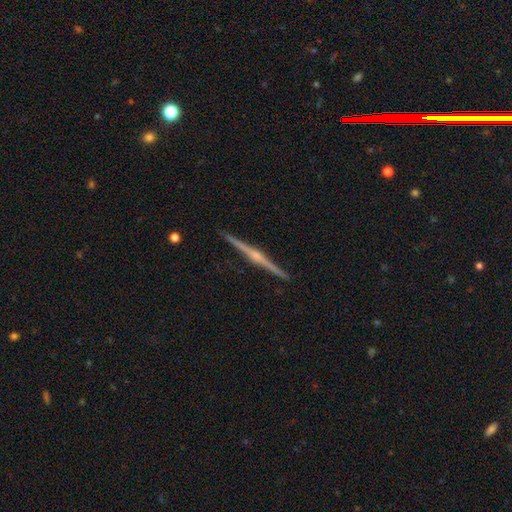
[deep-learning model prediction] Q: Smooth or featured?
A: featured or disk (86%); runner-up: smooth (9%)
Q: Edge-on disk?
A: yes (99%); runner-up: no (1%)
Q: Edge-on bulge?
A: rounded (80%); runner-up: none (11%)
Q: Merging?
A: none (93%); runner-up: minor disturbance (5%)